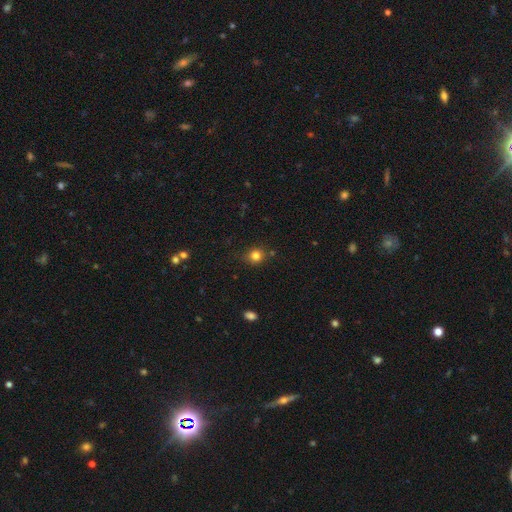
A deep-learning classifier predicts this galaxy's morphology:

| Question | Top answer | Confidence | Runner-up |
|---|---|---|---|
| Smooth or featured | smooth | 81% | star or artifact (13%) |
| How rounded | round | 85% | in between (14%) |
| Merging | none | 80% | minor disturbance (13%) |